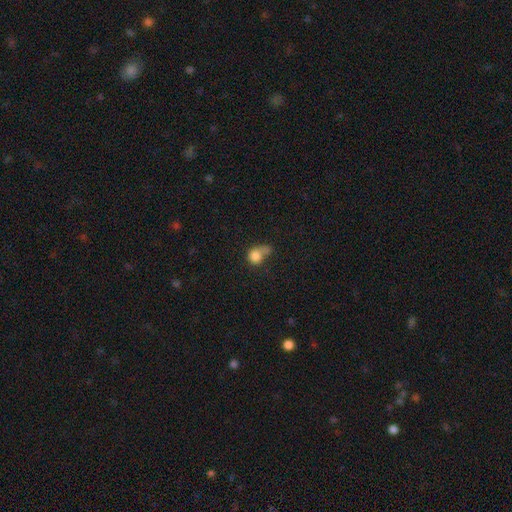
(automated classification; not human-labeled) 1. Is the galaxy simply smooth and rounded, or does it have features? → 80% smooth, 10% featured or disk, 10% star or artifact.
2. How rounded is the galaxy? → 70% round, 29% in between, 1% cigar-shaped.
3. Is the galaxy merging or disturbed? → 31% merger, 27% none, 22% major disturbance, 20% minor disturbance.